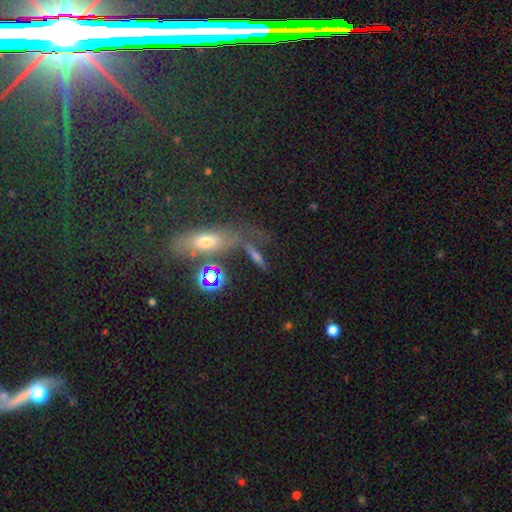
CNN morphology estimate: A smooth galaxy with no disk features (48%).

Vote fractions:
- Smooth or featured? smooth: 48% / featured or disk: 29% / star or artifact: 23%
- Merging? none: 62% / merger: 15% / minor disturbance: 14% / major disturbance: 9%